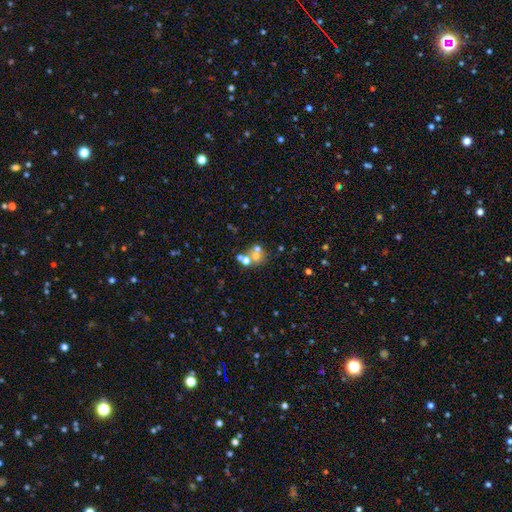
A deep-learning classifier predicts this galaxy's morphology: Q: Smooth or featured?
A: smooth (50%); runner-up: featured or disk (29%)
Q: How rounded?
A: round (77%); runner-up: in between (22%)
Q: Merging?
A: merger (48%); runner-up: none (39%)